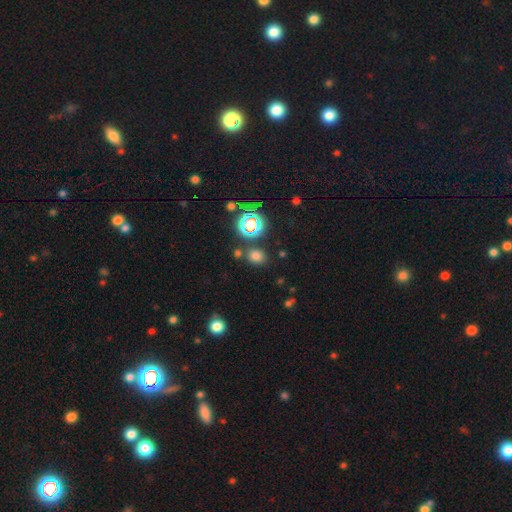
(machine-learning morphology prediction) Q: Smooth or featured?
A: smooth (69%); runner-up: star or artifact (25%)
Q: How rounded?
A: round (58%); runner-up: in between (41%)
Q: Merging?
A: none (79%); runner-up: minor disturbance (10%)